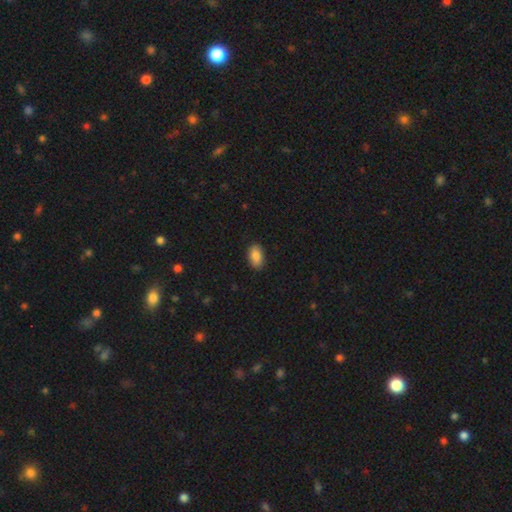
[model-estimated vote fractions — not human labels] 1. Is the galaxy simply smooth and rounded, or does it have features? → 88% smooth, 7% star or artifact, 5% featured or disk.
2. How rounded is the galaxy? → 93% in between, 6% round, 2% cigar-shaped.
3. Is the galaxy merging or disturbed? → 87% none, 9% minor disturbance, 2% major disturbance, 1% merger.